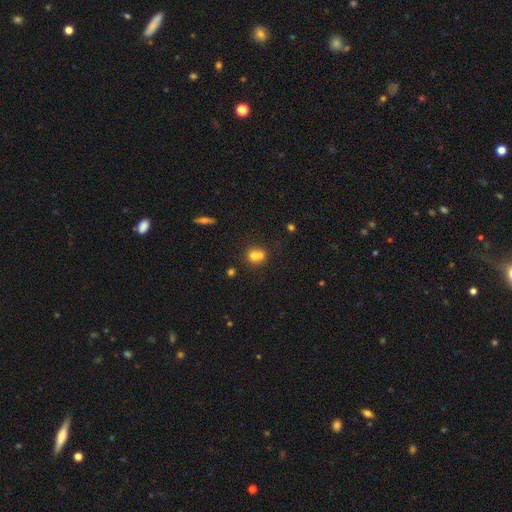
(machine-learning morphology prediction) The model was most divided on "merging": merger: 59%, none: 32%, minor disturbance: 6%, major disturbance: 3%. More confident: how rounded — round (78%); smooth or featured — smooth (68%).